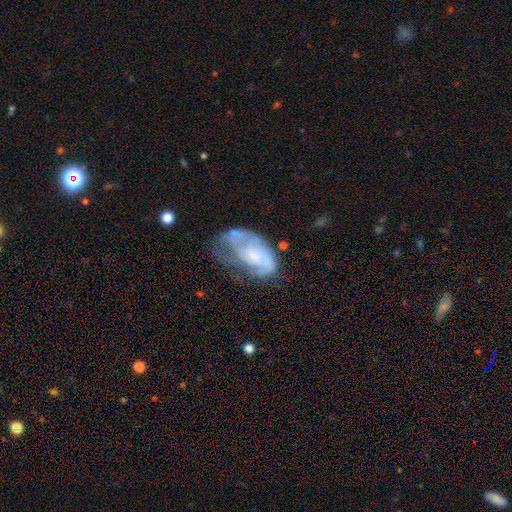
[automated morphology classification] Overall: featured or disk (63%; smooth 29%). Edge-on disk: no (96%). Bar: no (71%). Spiral arms: yes (66%; no 34%). Bulge size: small (42%; none 28%). Merging: major disturbance (34%; none 30%).